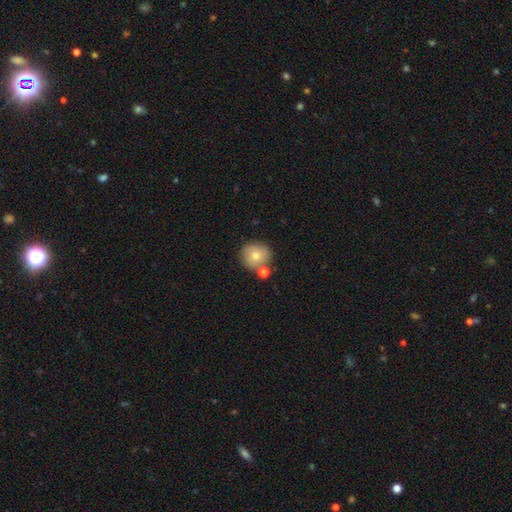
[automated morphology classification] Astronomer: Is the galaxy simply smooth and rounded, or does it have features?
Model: smooth — 76%.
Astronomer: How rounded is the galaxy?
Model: round — 89%.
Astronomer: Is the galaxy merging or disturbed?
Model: none — 70%.